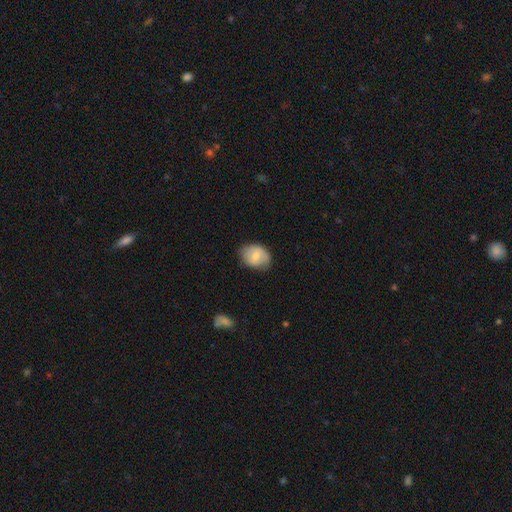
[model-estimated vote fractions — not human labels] Smooth or featured?
  - smooth: 66% *
  - featured or disk: 27%
  - star or artifact: 7%
How rounded?
  - in between: 62% *
  - round: 37%
  - cigar-shaped: 1%
Merging?
  - none: 69% *
  - minor disturbance: 25%
  - major disturbance: 5%
  - merger: 1%